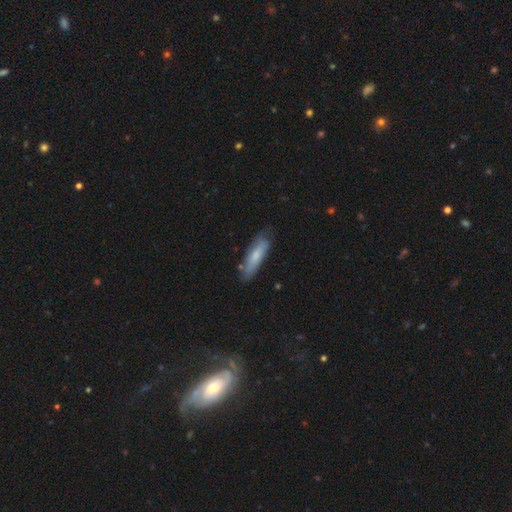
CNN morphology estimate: smooth-or-featured: smooth: 65% | featured or disk: 29% | star or artifact: 6%
  how-rounded: cigar-shaped: 60% | in between: 38% | round: 2%
  merging: none: 67% | minor disturbance: 25% | major disturbance: 5% | merger: 3%